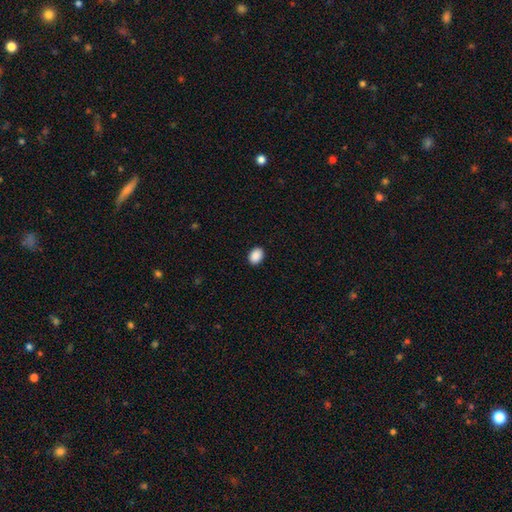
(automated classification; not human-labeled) smooth 90%, star or artifact 8%, featured or disk 2%. Down the decision tree: how rounded — in between (72%); merging — none (91%).